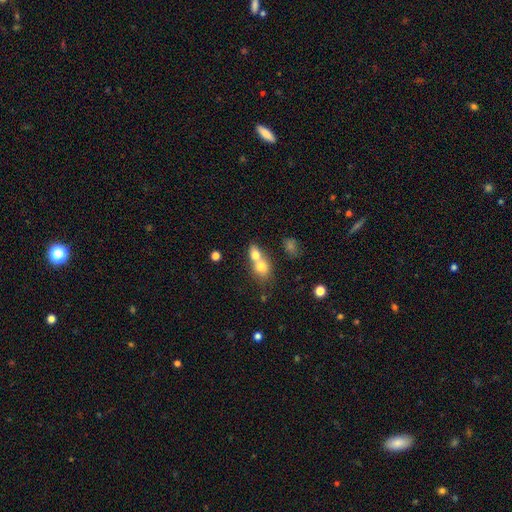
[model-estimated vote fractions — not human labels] A smooth galaxy with no disk features (72%) that is round (50%).

Vote fractions:
- Smooth or featured? smooth: 72% / featured or disk: 18% / star or artifact: 10%
- How rounded? round: 50% / in between: 48% / cigar-shaped: 2%
- Merging? merger: 70% / none: 21% / minor disturbance: 6% / major disturbance: 3%